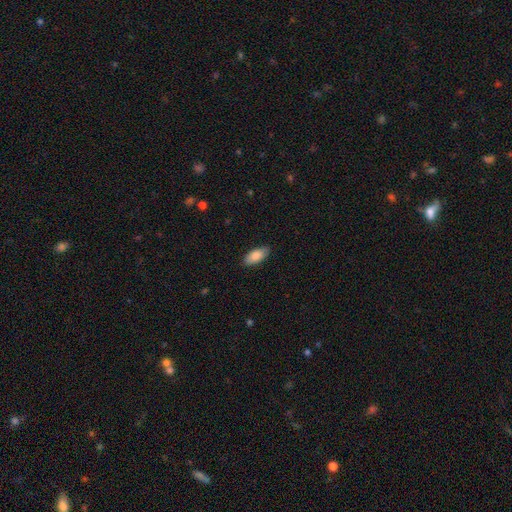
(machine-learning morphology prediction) Q: Smooth or featured?
A: smooth (84%); runner-up: featured or disk (10%)
Q: How rounded?
A: in between (88%); runner-up: cigar-shaped (10%)
Q: Merging?
A: none (86%); runner-up: minor disturbance (11%)